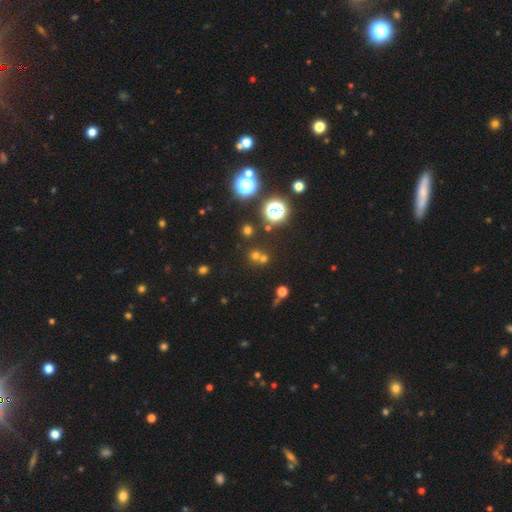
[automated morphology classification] Smooth or featured? Predicted: smooth (p=0.51). How rounded? Predicted: round (p=0.90). Merging? Predicted: none (p=0.61).